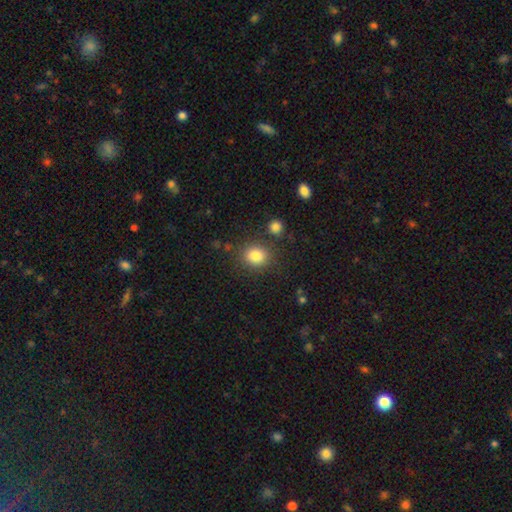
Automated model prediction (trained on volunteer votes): Morphology: type=smooth (83%); roundness=round (70%); merging=none (80%).